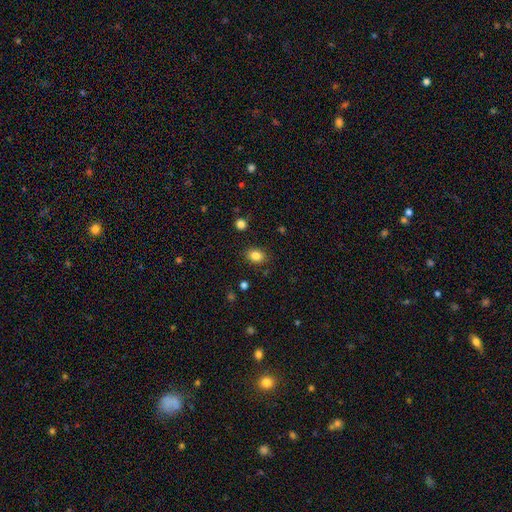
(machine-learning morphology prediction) The model was most divided on "how rounded": in between: 58%, round: 41%, cigar-shaped: 1%. More confident: merging — none (85%); smooth or featured — smooth (84%).